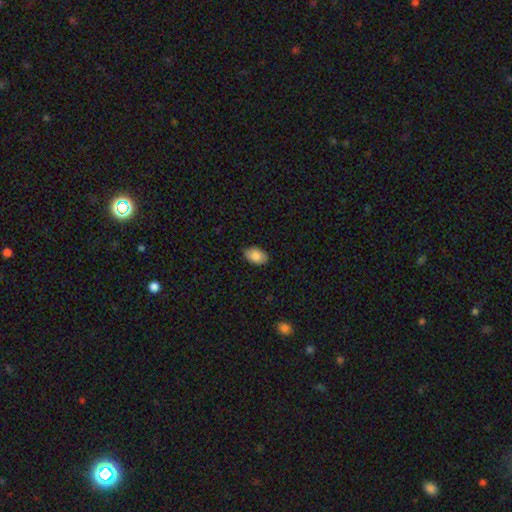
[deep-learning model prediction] smooth 85%, featured or disk 8%, star or artifact 7%. Down the decision tree: how rounded — in between (92%); merging — none (88%).